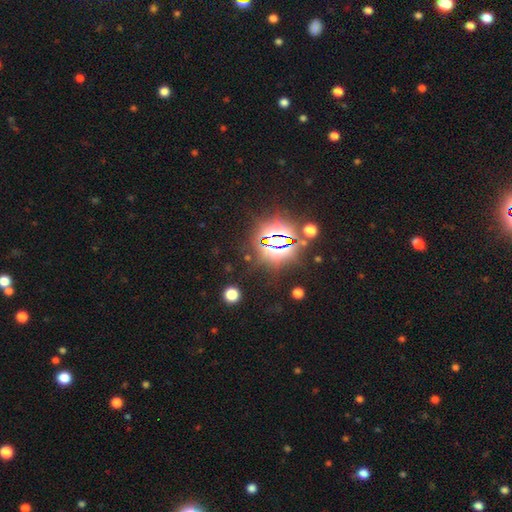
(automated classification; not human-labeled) star or artifact 84%, smooth 9%, featured or disk 7%.